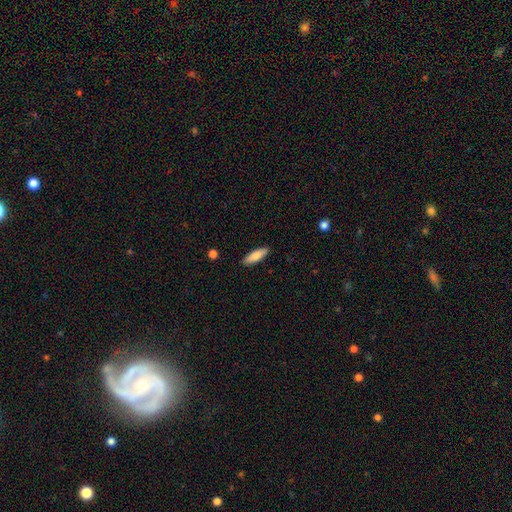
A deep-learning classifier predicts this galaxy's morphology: Smooth or featured?
  - smooth: 81% *
  - featured or disk: 13%
  - star or artifact: 6%
How rounded?
  - cigar-shaped: 50% *
  - in between: 48%
  - round: 2%
Merging?
  - none: 89% *
  - minor disturbance: 8%
  - major disturbance: 2%
  - merger: 1%